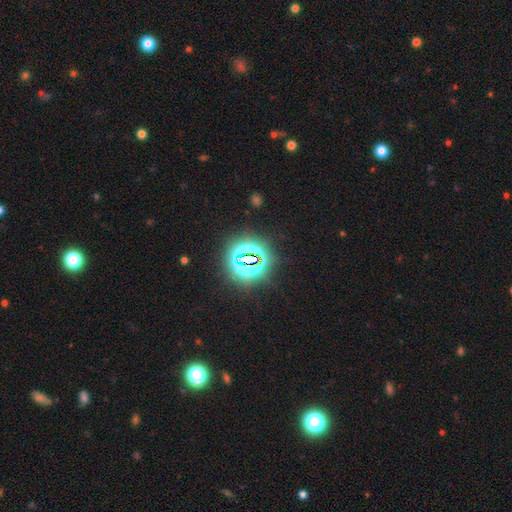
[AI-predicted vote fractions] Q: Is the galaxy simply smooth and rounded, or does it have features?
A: star or artifact — 78%.